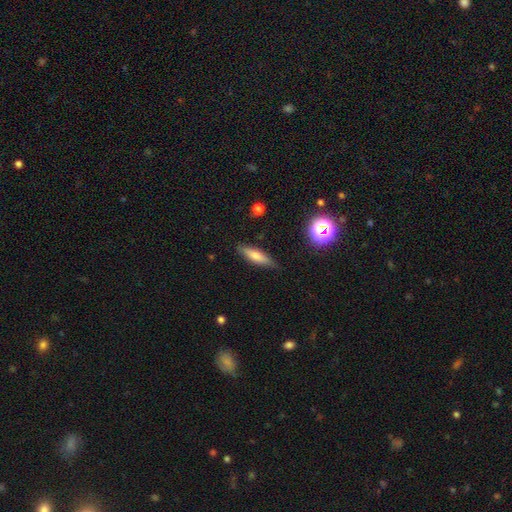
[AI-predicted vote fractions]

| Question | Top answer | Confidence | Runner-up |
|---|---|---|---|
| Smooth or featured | smooth | 65% | featured or disk (26%) |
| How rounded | cigar-shaped | 64% | in between (34%) |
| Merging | none | 82% | minor disturbance (14%) |